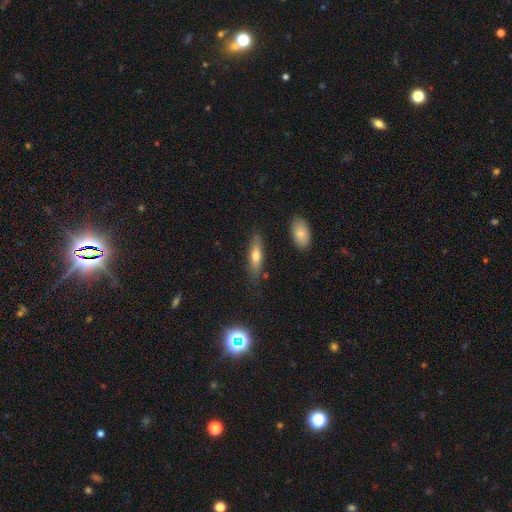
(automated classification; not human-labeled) This is likely a smooth galaxy (60%). How rounded: likely cigar-shaped (64%). Merging: likely none (79%).